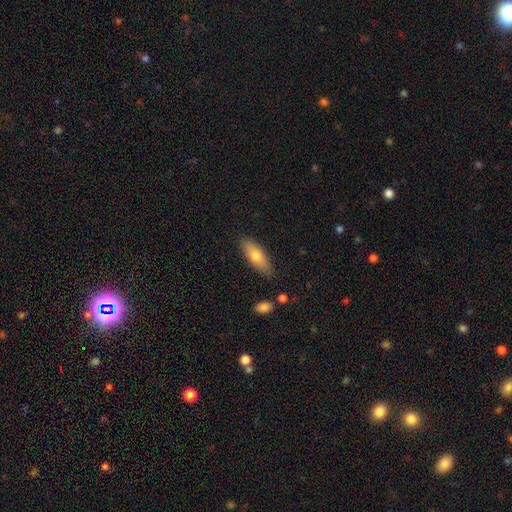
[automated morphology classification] Smooth or featured? Predicted: smooth (p=0.72). How rounded? Predicted: in between (p=0.63). Merging? Predicted: none (p=0.85).